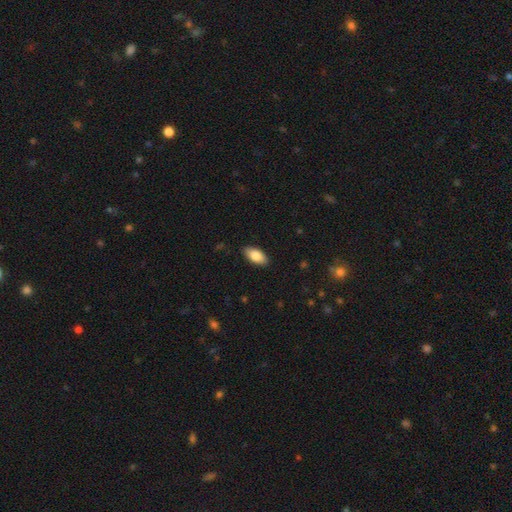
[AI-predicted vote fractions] Overall: smooth (83%). How rounded: in between (91%). Merging: none (88%).